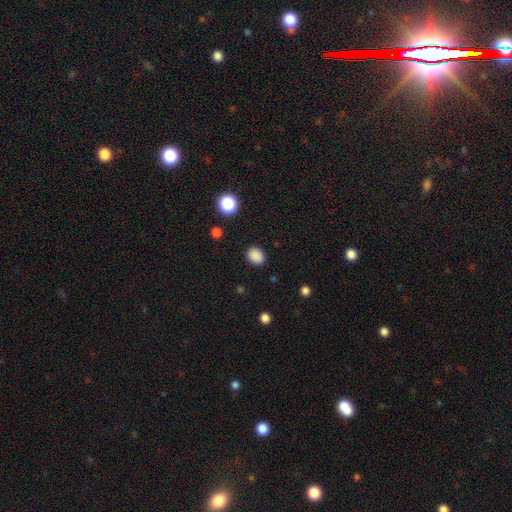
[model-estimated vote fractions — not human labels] The model was most divided on "how rounded": round: 51%, in between: 48%, cigar-shaped: 1%. More confident: merging — none (87%); smooth or featured — smooth (87%).